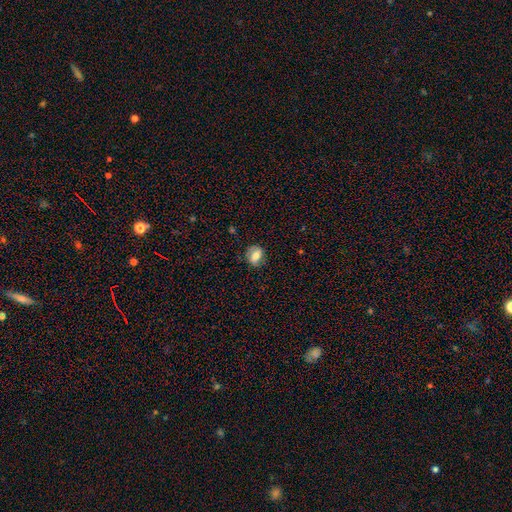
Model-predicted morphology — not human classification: This is possibly a smooth galaxy (58%). How rounded: possibly in between (49%, tied with round). Merging: likely none (74%).